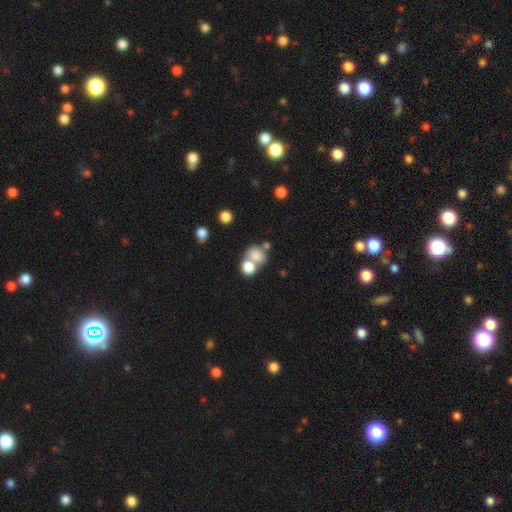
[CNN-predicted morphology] This appears to be a smooth galaxy with no disk features (76%) that is round (53%). Merging: merger (51%).